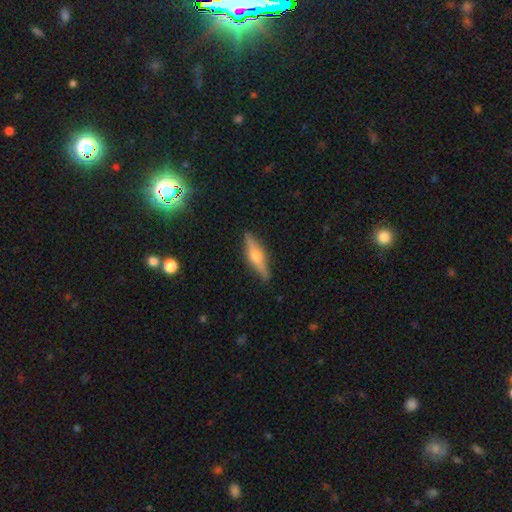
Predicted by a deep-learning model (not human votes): A featured or disk galaxy (66%) viewed edge-on (96%) with a rounded central bulge (90%). Merging: none (88%).